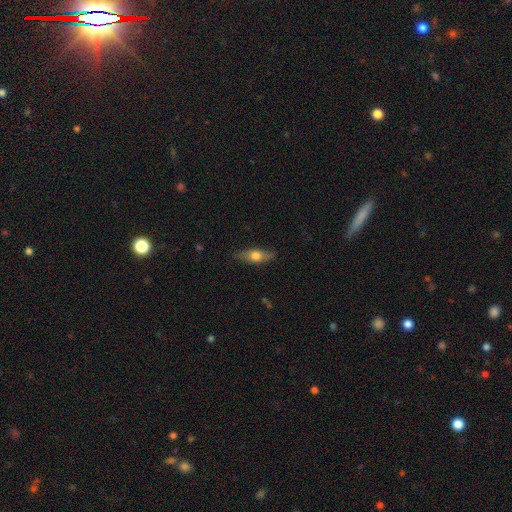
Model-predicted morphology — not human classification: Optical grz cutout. It shows a smooth galaxy with no disk features (60%) that is in between round and cigar-shaped (63%). Merging: none (82%).